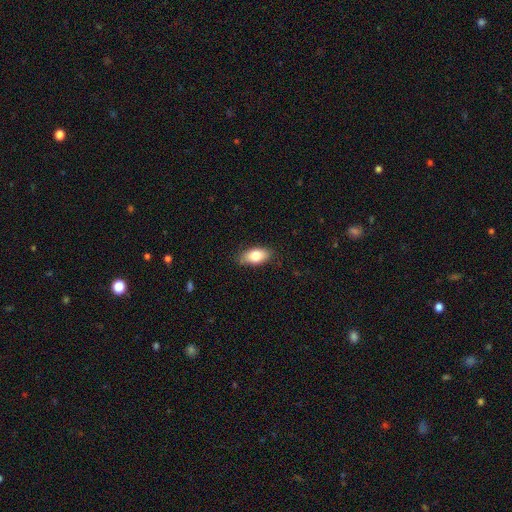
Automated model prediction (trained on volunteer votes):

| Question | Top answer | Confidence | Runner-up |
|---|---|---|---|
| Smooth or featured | smooth | 79% | featured or disk (14%) |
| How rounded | in between | 89% | cigar-shaped (5%) |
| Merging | none | 82% | minor disturbance (15%) |